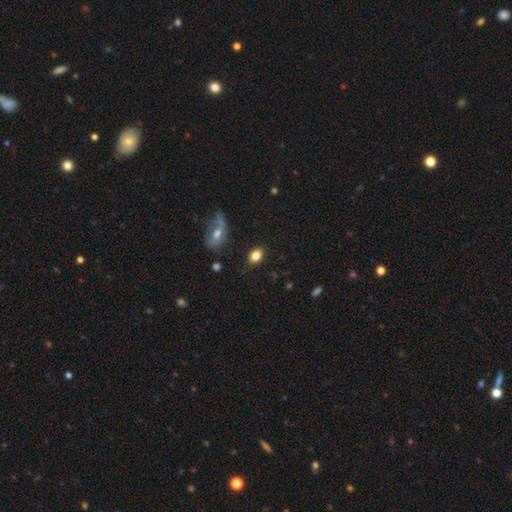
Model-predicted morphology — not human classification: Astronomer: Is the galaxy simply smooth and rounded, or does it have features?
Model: smooth — 83%.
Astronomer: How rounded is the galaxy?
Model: in between — 75%.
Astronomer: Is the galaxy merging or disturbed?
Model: none — 85%.